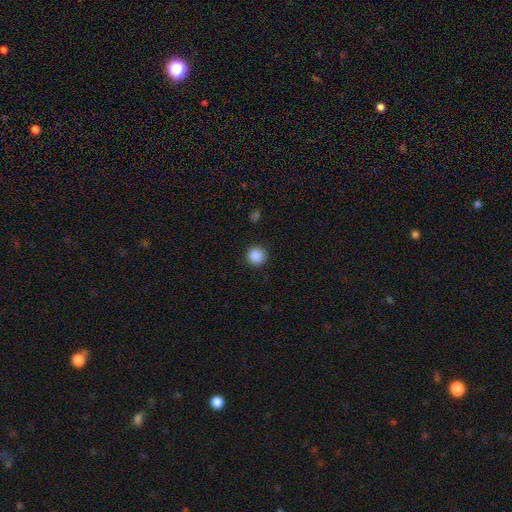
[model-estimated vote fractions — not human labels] A smooth galaxy with no disk features (88%) that is round (95%). Merging: none (91%).